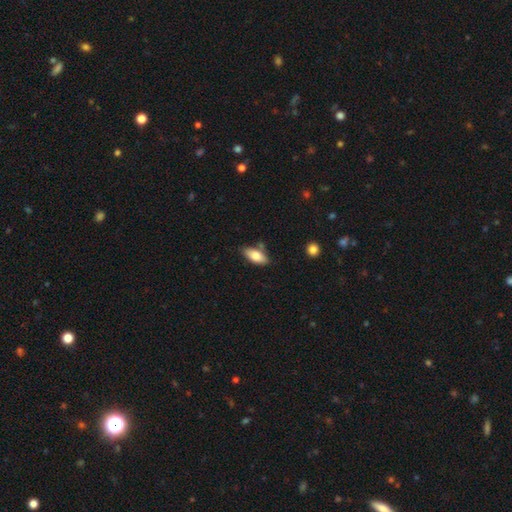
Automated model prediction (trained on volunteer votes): smooth 75%, featured or disk 18%, star or artifact 6%. Down the decision tree: how rounded — in between (85%); merging — none (74%).